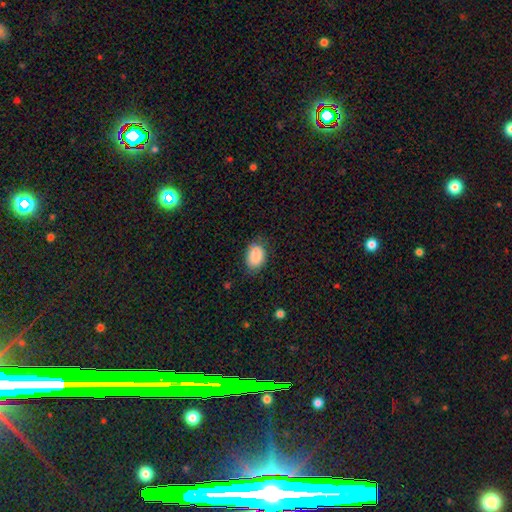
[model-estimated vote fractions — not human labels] The model was most divided on "how rounded": in between: 79%, round: 20%, cigar-shaped: 1%. More confident: smooth or featured — smooth (89%); merging — none (79%).